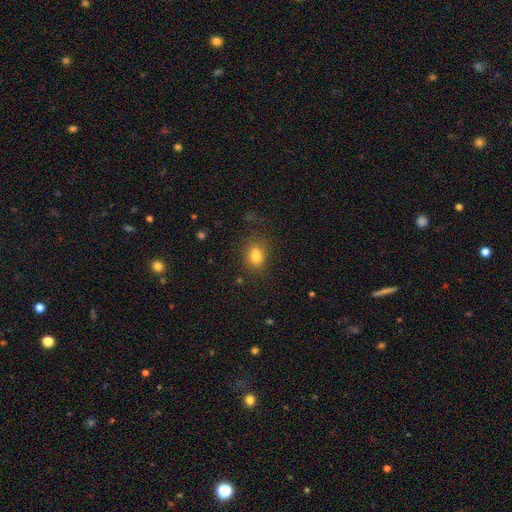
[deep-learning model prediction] smooth-or-featured: smooth: 81% | star or artifact: 11% | featured or disk: 7%
  how-rounded: in between: 63% | round: 35% | cigar-shaped: 1%
  merging: none: 71% | minor disturbance: 17% | major disturbance: 6% | merger: 5%